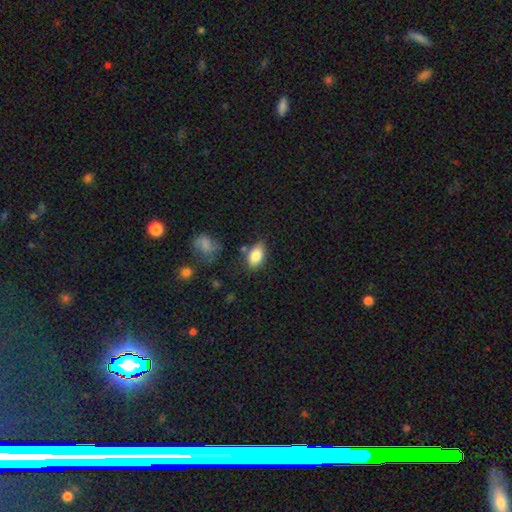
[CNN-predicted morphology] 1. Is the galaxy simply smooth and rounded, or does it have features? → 85% smooth, 8% featured or disk, 7% star or artifact.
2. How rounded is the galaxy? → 91% in between, 6% round, 3% cigar-shaped.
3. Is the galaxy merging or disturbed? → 73% none, 18% minor disturbance, 6% merger, 4% major disturbance.